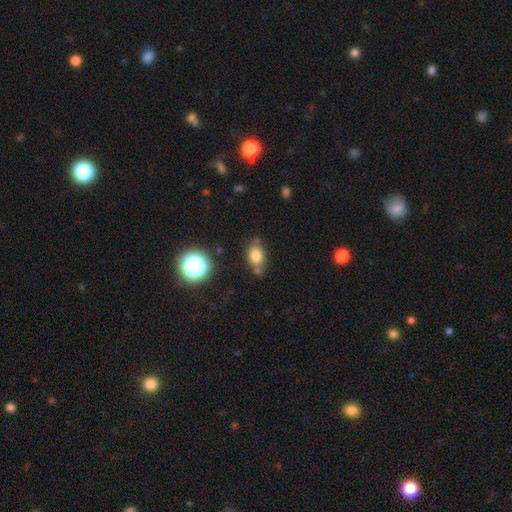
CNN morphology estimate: Smooth or featured? smooth (77%)
How rounded? in between (71%)
Merging? none (63%)